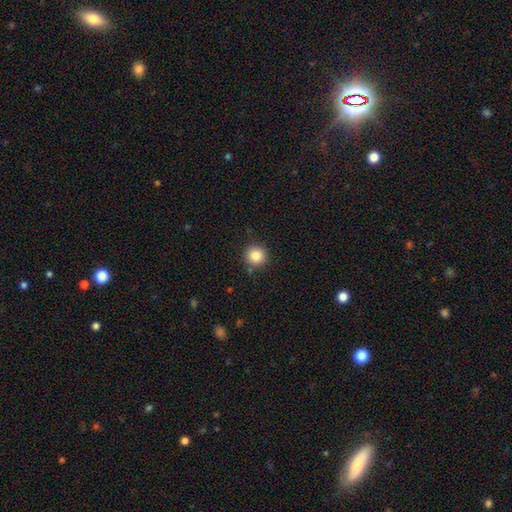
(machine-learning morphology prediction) smooth 84%, star or artifact 10%, featured or disk 5%. Down the decision tree: how rounded — round (94%); merging — none (88%).